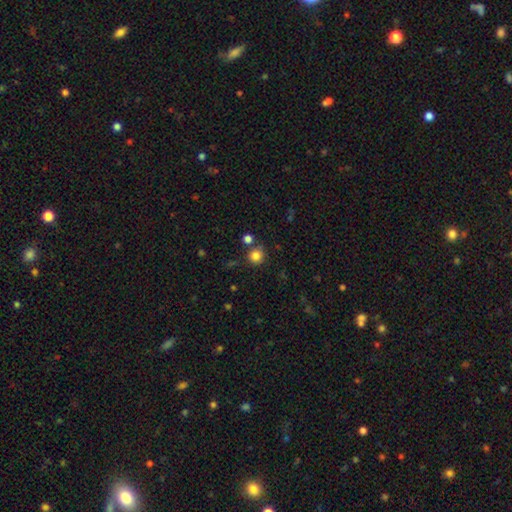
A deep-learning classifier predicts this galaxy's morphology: Smooth or featured? Predicted: smooth (p=0.83). How rounded? Predicted: round (p=0.91). Merging? Predicted: none (p=0.76).